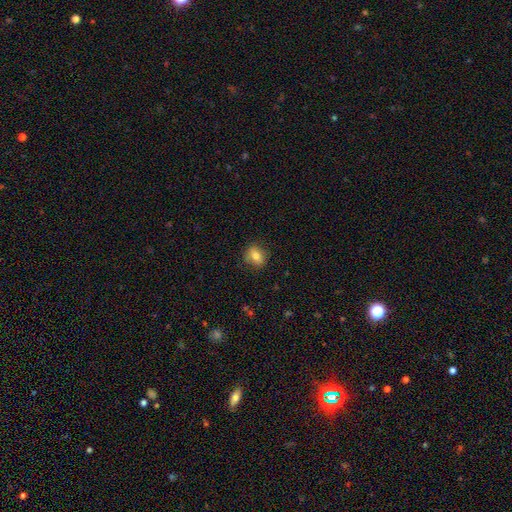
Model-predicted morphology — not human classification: Smooth or featured?
  - smooth: 78% *
  - featured or disk: 12%
  - star or artifact: 9%
How rounded?
  - in between: 52% *
  - round: 46%
  - cigar-shaped: 2%
Merging?
  - none: 83% *
  - minor disturbance: 13%
  - major disturbance: 3%
  - merger: 1%